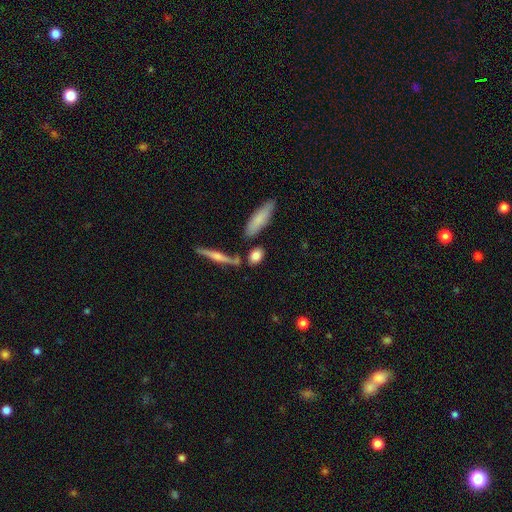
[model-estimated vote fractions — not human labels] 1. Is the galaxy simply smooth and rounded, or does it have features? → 78% smooth, 15% featured or disk, 7% star or artifact.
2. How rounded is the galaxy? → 65% in between, 19% round, 16% cigar-shaped.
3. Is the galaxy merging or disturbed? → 71% none, 13% minor disturbance, 12% merger, 4% major disturbance.